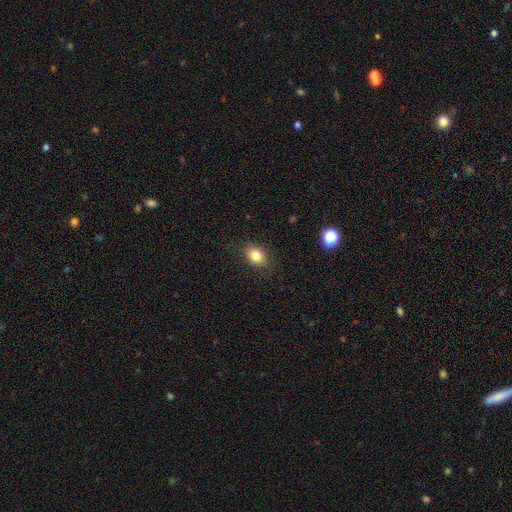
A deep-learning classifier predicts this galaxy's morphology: Smooth or featured: smooth — 83% (star or artifact — 11%)
How rounded: in between — 58% (round — 40%)
Merging: none — 85% (minor disturbance — 11%)